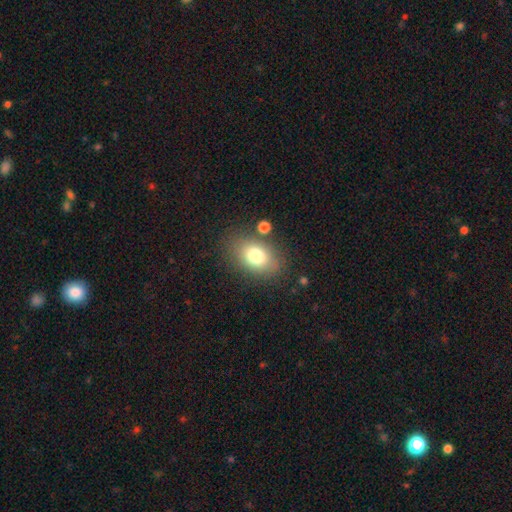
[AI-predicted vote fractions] Smooth or featured? Predicted: smooth (p=0.77). How rounded? Predicted: in between (p=0.80). Merging? Predicted: none (p=0.77).